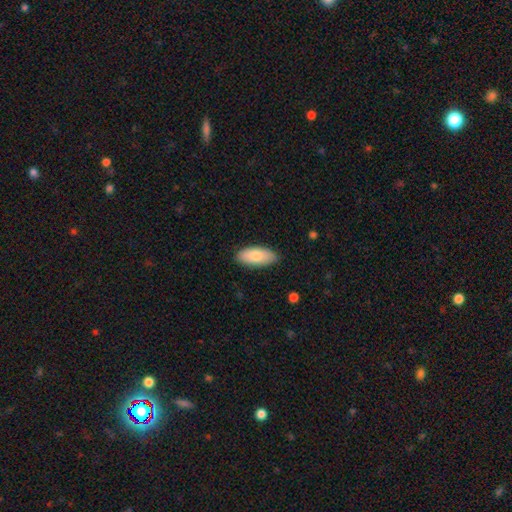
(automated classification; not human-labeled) Smooth or featured? smooth (79%)
How rounded? in between (89%)
Merging? none (85%)